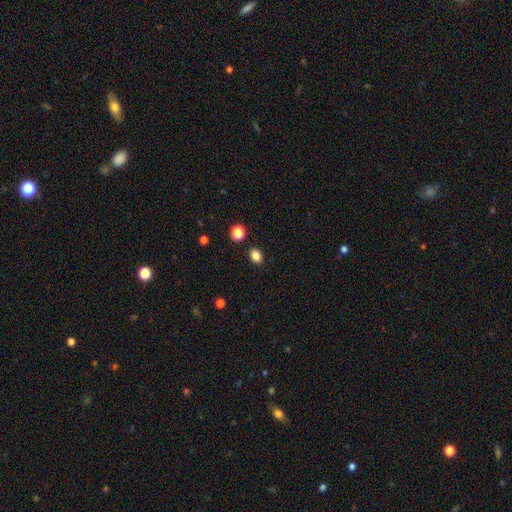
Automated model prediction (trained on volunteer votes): Smooth or featured?
  - smooth: 84% *
  - star or artifact: 12%
  - featured or disk: 4%
How rounded?
  - in between: 61% *
  - round: 38%
  - cigar-shaped: 1%
Merging?
  - none: 88% *
  - minor disturbance: 8%
  - merger: 3%
  - major disturbance: 2%